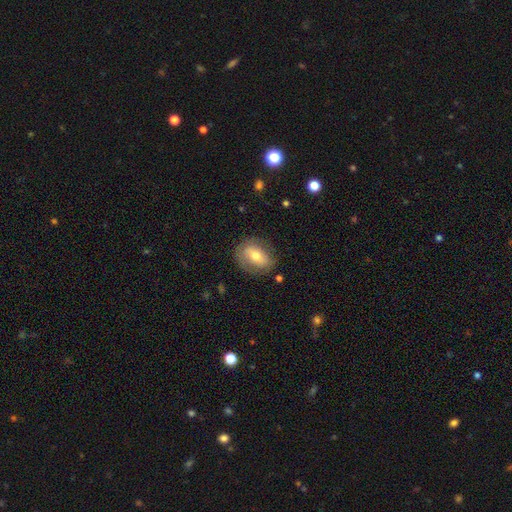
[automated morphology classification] Smooth or featured? Predicted: smooth (p=0.56). How rounded? Predicted: in between (p=0.69). Merging? Predicted: none (p=0.75).